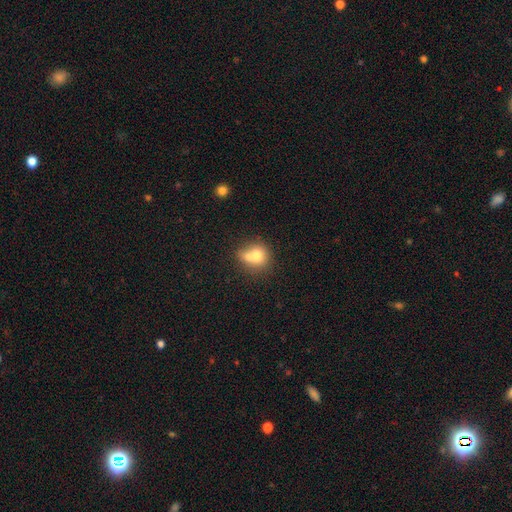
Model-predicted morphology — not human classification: Overall: smooth (70%). How rounded: round (76%). Merging: merger (57%; none 31%).